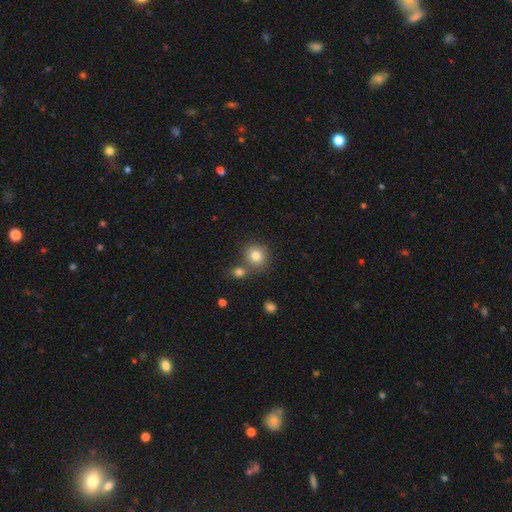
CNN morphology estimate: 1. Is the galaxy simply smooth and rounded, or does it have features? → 80% smooth, 11% star or artifact, 8% featured or disk.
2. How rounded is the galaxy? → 87% round, 12% in between, 1% cigar-shaped.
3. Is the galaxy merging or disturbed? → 66% none, 22% merger, 9% minor disturbance, 3% major disturbance.